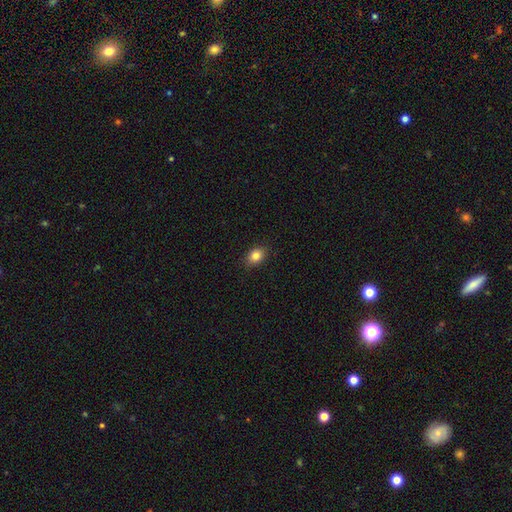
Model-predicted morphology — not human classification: Overall: smooth (84%). How rounded: in between (70%). Merging: none (89%).